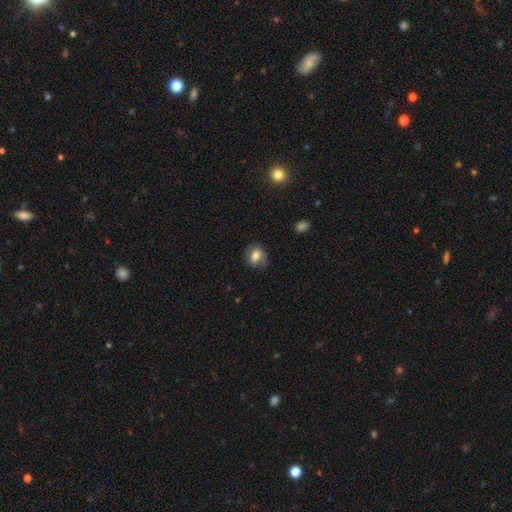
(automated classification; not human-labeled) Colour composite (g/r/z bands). It shows a smooth galaxy with no disk features (62%) that is in between round and cigar-shaped (51%). Merging: none (73%).